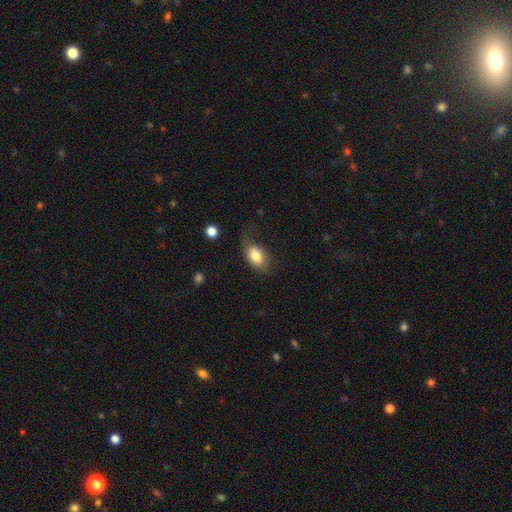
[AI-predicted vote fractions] Morphology: type=smooth (79%); roundness=in between (87%); merging=none (52%).